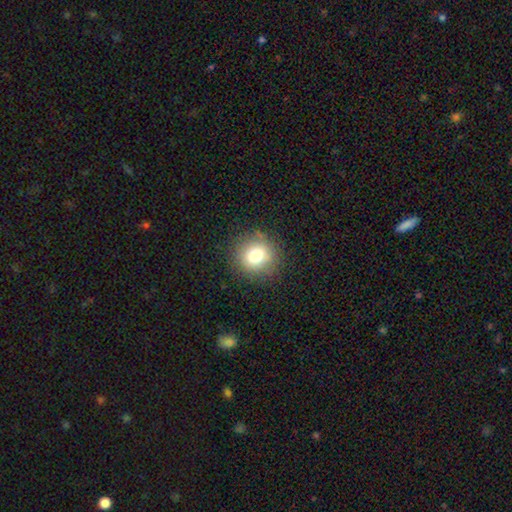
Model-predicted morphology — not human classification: smooth 76%, star or artifact 13%, featured or disk 11%. Down the decision tree: how rounded — round (91%); merging — none (87%).